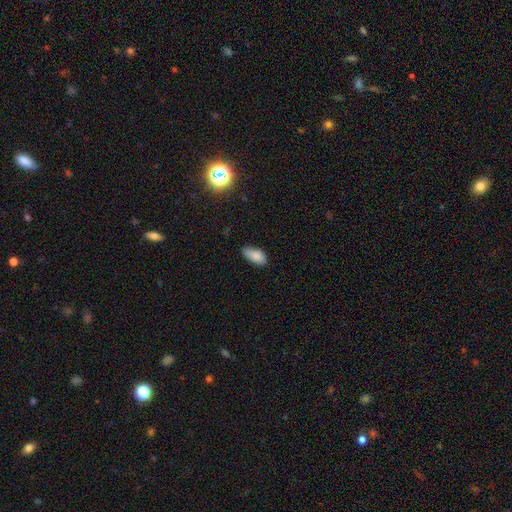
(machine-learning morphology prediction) smooth 86%, star or artifact 8%, featured or disk 6%. Down the decision tree: how rounded — in between (91%); merging — none (72%).